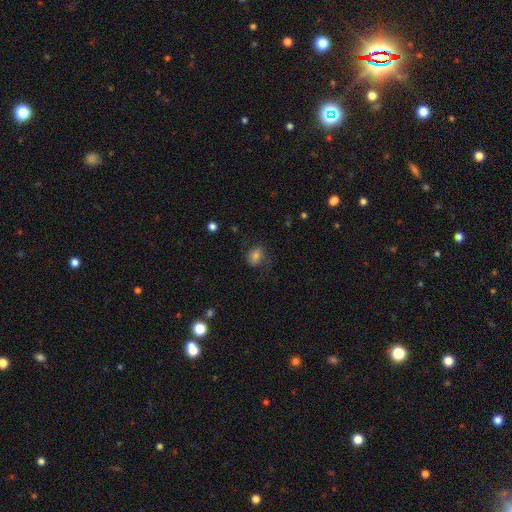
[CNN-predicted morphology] Smooth or featured? Predicted: smooth (p=0.73). How rounded? Predicted: in between (p=0.51). Merging? Predicted: none (p=0.66).